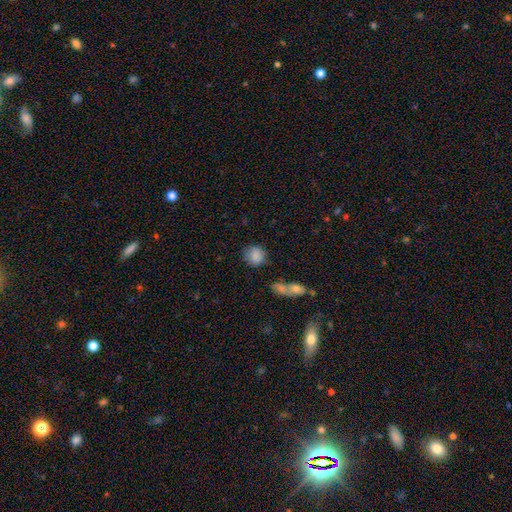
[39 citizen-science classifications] Volunteers were most divided on "how rounded": round: 79%, in between: 21%, cigar-shaped: 0%. More confident: smooth or featured — smooth (85%); merging — none (74%).